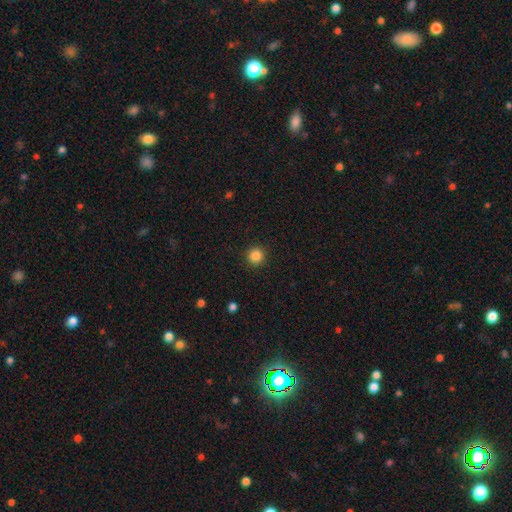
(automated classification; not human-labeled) Smooth or featured: smooth — 85% (star or artifact — 11%)
How rounded: round — 95% (in between — 4%)
Merging: none — 92% (minor disturbance — 5%)